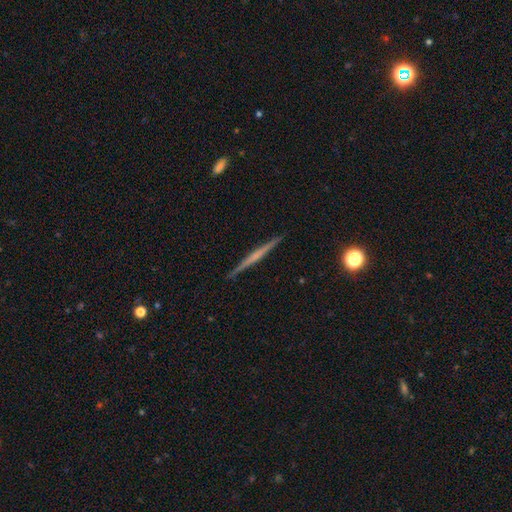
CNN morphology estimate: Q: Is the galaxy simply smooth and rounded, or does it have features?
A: featured or disk — 66%.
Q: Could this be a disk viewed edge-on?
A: yes — 98%.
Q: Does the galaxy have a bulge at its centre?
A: none — 64%.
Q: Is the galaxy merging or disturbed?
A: none — 92%.